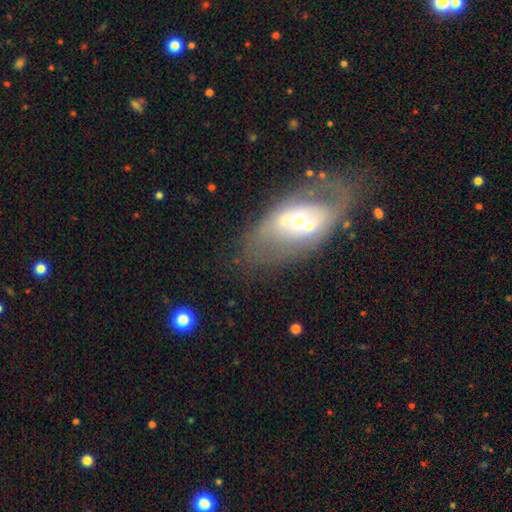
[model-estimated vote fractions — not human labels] Smooth or featured?
  - featured or disk: 65% *
  - smooth: 27%
  - star or artifact: 9%
Edge-on disk?
  - no: 90% *
  - yes: 10%
Bar?
  - no: 54% *
  - weak: 29%
  - strong: 17%
Spiral arms?
  - no: 54% *
  - yes: 46%
Bulge size?
  - moderate: 55% *
  - small: 34%
  - large: 8%
  - dominant: 2%
  - none: 1%
Merging?
  - none: 61% *
  - minor disturbance: 18%
  - major disturbance: 14%
  - merger: 7%